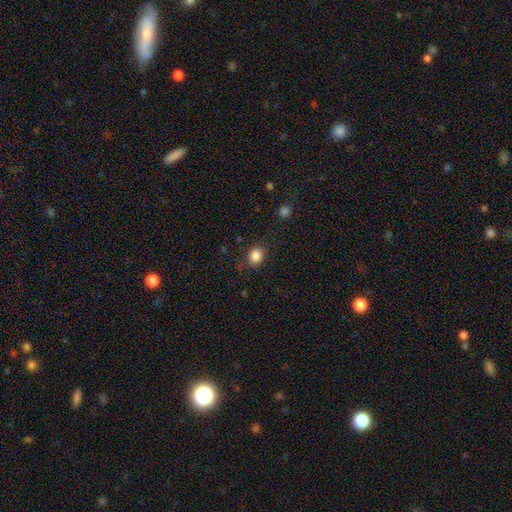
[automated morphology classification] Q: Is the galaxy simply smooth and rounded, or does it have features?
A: smooth — 86%.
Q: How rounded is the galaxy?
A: round — 66%.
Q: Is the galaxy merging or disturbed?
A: none — 80%.